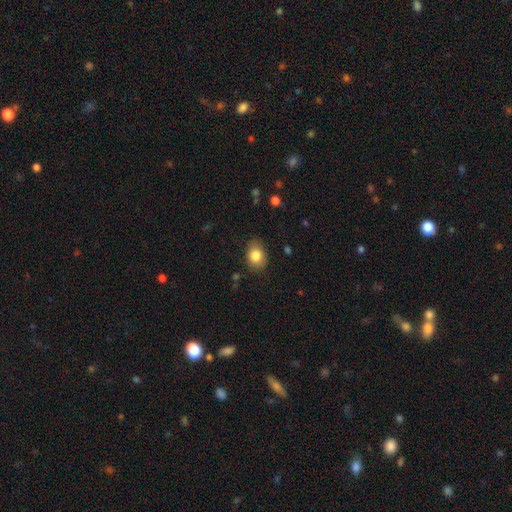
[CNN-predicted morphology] Smooth or featured: smooth — 83% (star or artifact — 9%)
How rounded: in between — 64% (round — 35%)
Merging: none — 81% (minor disturbance — 15%)